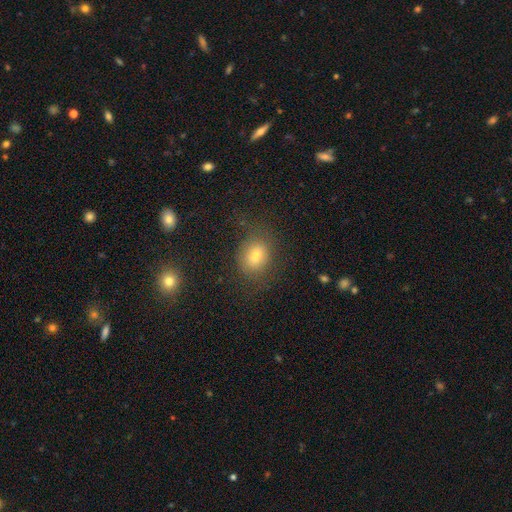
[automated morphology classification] Smooth or featured: smooth — 73% (featured or disk — 14%)
How rounded: round — 52% (in between — 47%)
Merging: none — 75% (minor disturbance — 15%)